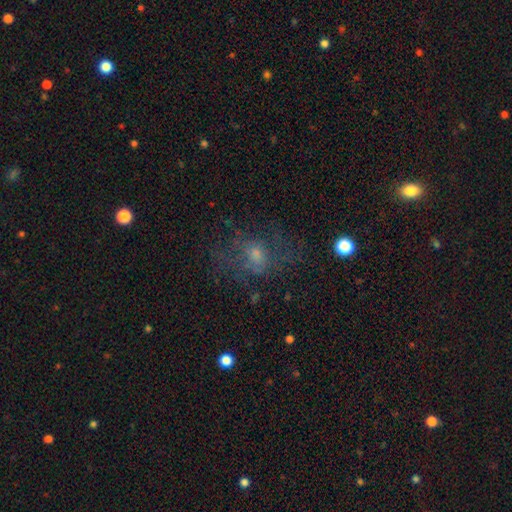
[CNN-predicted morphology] smooth-or-featured: smooth: 48% | featured or disk: 33% | star or artifact: 19%
  merging: none: 48% | major disturbance: 30% | minor disturbance: 19% | merger: 3%